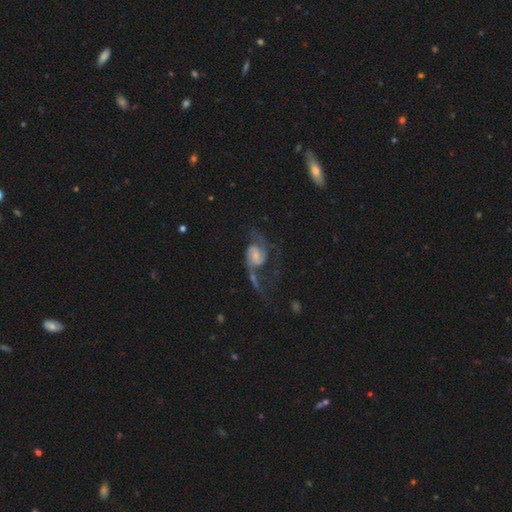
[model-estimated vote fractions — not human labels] Smooth or featured? Predicted: featured or disk (p=0.81). Edge-on disk? Predicted: no (p=0.98). Bar? Predicted: no (p=0.48). Spiral arms? Predicted: yes (p=0.94). Spiral winding? Predicted: loose (p=0.50). Spiral arm count? Predicted: 2 (p=0.80). Bulge size? Predicted: small (p=0.52). Merging? Predicted: major disturbance (p=0.44).